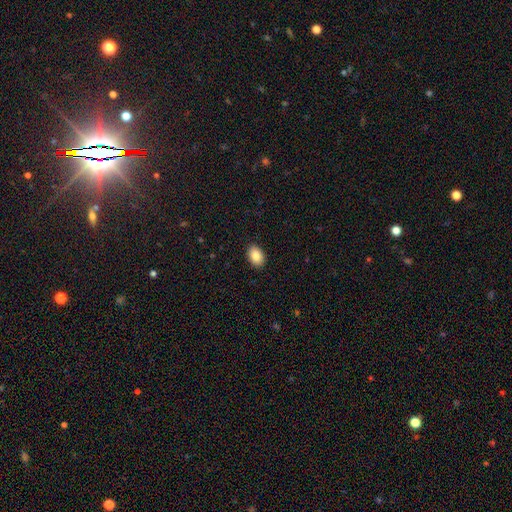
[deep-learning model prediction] smooth_or_featured: smooth (p=0.87) [alt: star or artifact p=0.08]
how_rounded: in between (p=0.84) [alt: round p=0.15]
merging: none (p=0.90) [alt: minor disturbance p=0.07]